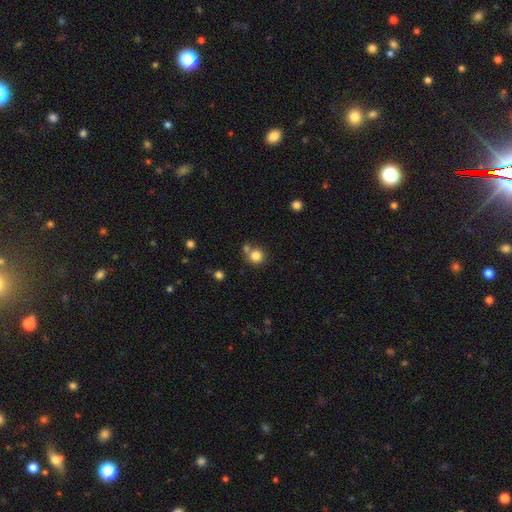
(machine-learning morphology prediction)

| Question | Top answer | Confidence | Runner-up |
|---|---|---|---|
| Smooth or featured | smooth | 83% | star or artifact (11%) |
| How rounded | round | 91% | in between (8%) |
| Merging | none | 65% | merger (22%) |